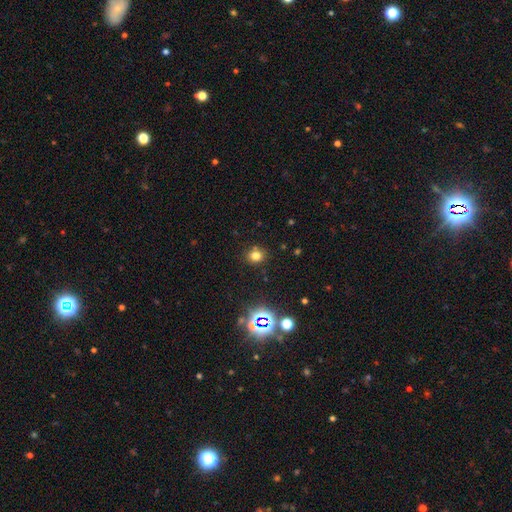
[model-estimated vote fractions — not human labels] Q: Smooth or featured?
A: smooth (73%); runner-up: star or artifact (20%)
Q: How rounded?
A: round (79%); runner-up: in between (20%)
Q: Merging?
A: none (85%); runner-up: minor disturbance (9%)